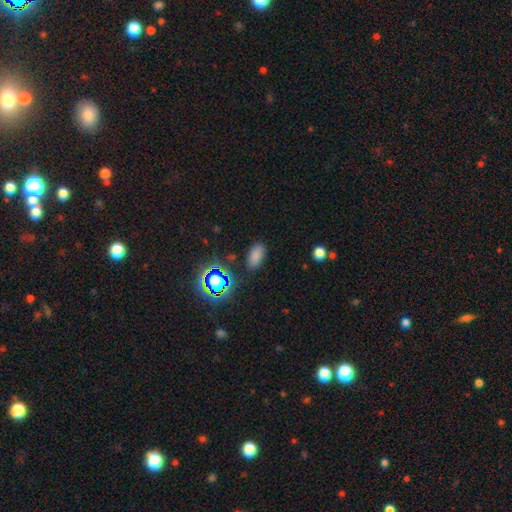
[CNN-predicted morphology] type=smooth (75%); roundness=in between (90%); merging=none (84%).